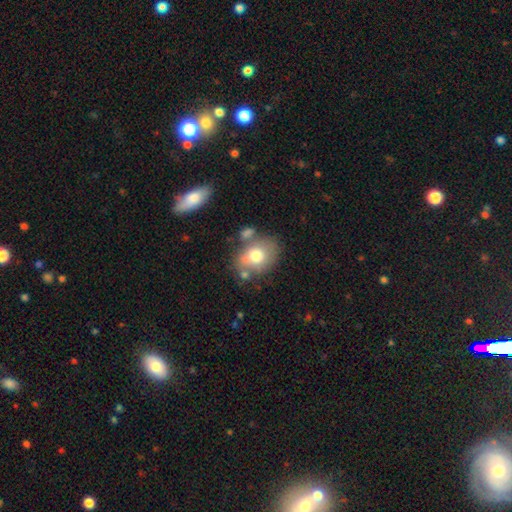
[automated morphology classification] smooth_or_featured: smooth (p=0.68) [alt: featured or disk p=0.23]
how_rounded: in between (p=0.63) [alt: round p=0.36]
merging: none (p=0.54) [alt: minor disturbance p=0.20]